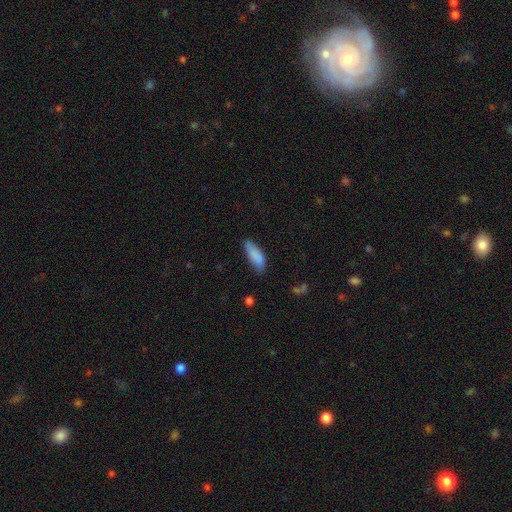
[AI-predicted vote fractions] Smooth or featured? smooth (85%)
How rounded? in between (65%)
Merging? none (60%)